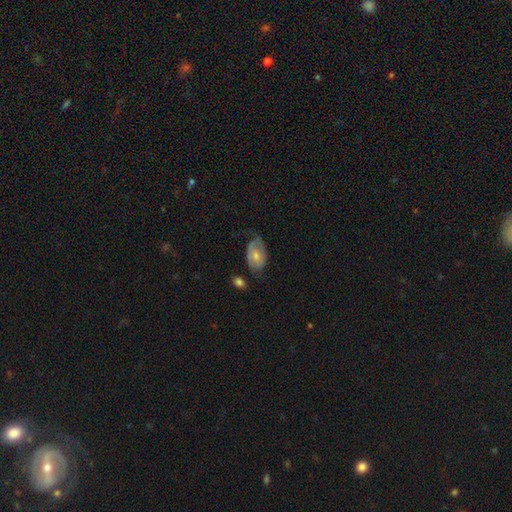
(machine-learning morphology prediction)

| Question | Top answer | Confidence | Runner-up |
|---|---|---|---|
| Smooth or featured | smooth | 53% | featured or disk (40%) |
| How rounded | in between | 89% | round (10%) |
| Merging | none | 45% | minor disturbance (36%) |